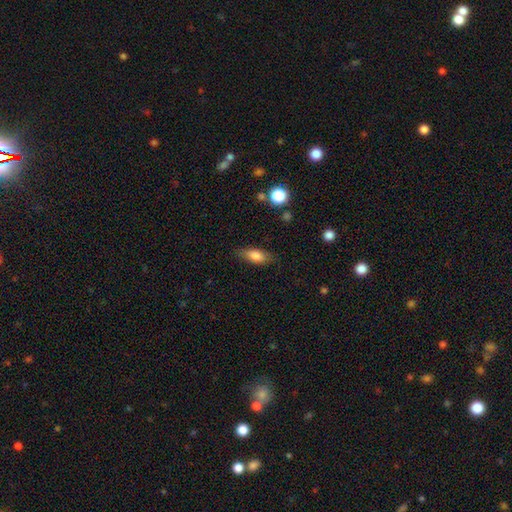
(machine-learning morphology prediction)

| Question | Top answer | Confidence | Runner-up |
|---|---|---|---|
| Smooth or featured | smooth | 79% | featured or disk (13%) |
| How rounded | in between | 76% | cigar-shaped (20%) |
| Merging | none | 79% | minor disturbance (15%) |